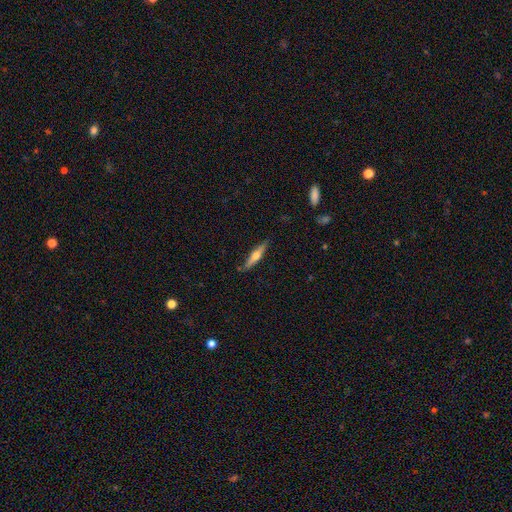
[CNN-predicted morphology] A featured or disk galaxy (58%) viewed edge-on (96%) with a rounded central bulge (89%).

Vote fractions:
- Smooth or featured? featured or disk: 58% / smooth: 36% / star or artifact: 6%
- Edge-on disk? yes: 96% / no: 4%
- Edge-on bulge? rounded: 89% / boxy: 6% / none: 5%
- Merging? none: 86% / minor disturbance: 10% / major disturbance: 2% / merger: 2%